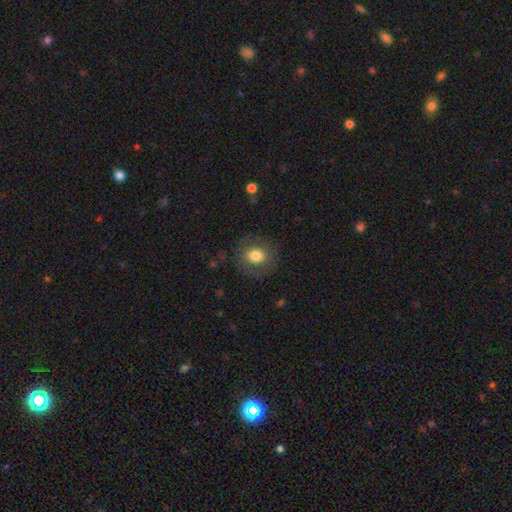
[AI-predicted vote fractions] Morphology: type=smooth (73%); roundness=round (77%); merging=none (83%).